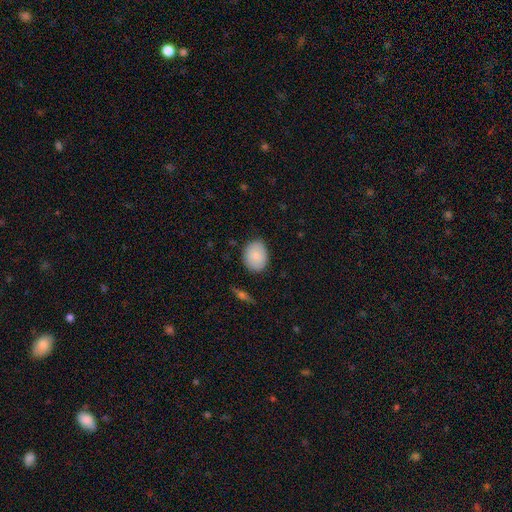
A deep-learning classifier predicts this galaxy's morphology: smooth_or_featured: smooth (p=0.86) [alt: featured or disk p=0.08]
how_rounded: in between (p=0.54) [alt: round p=0.45]
merging: none (p=0.81) [alt: minor disturbance p=0.16]